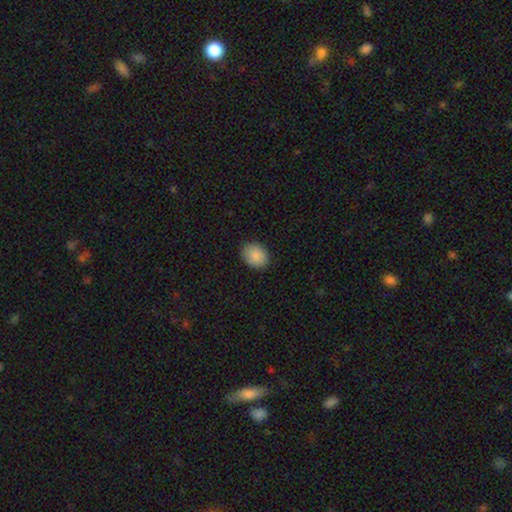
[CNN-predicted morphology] The model was most divided on "how rounded": in between: 56%, round: 43%, cigar-shaped: 1%. More confident: smooth or featured — smooth (89%); merging — none (88%).